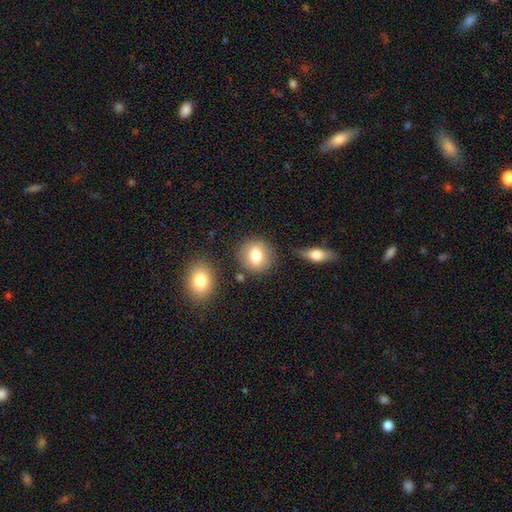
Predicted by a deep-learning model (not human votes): Morphology: type=smooth (76%); roundness=round (82%); merging=none (81%).